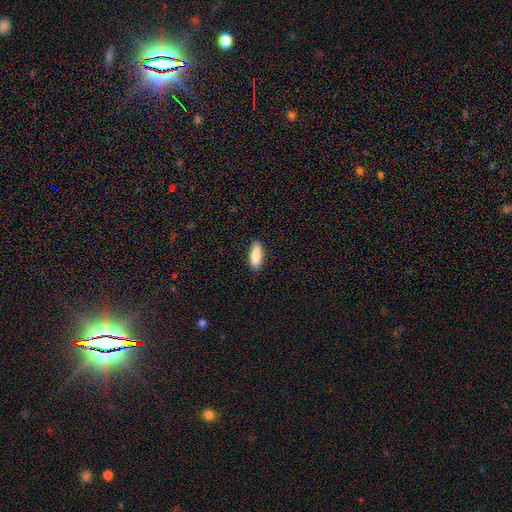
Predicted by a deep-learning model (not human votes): Smooth or featured? smooth (88%)
How rounded? in between (56%)
Merging? none (89%)